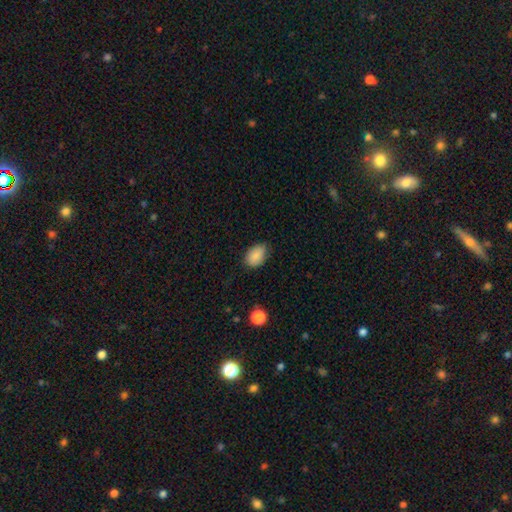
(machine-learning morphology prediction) Overall: smooth (86%). How rounded: in between (82%). Merging: none (75%).